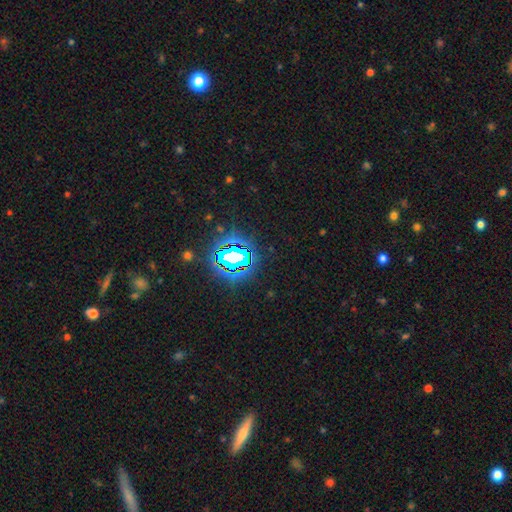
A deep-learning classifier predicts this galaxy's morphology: type=star or artifact (81%).